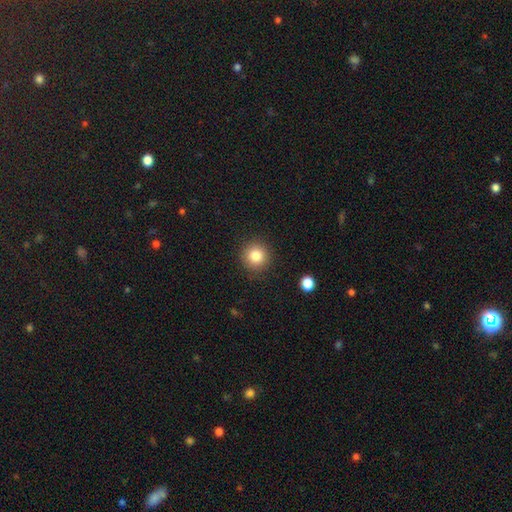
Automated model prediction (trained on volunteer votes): A smooth galaxy with no disk features (84%) that is round (94%). Merging: none (89%).